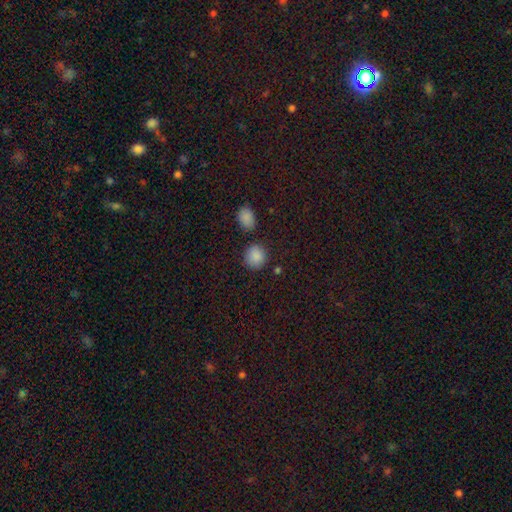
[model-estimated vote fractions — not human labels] smooth 87%, star or artifact 9%, featured or disk 4%. Down the decision tree: how rounded — round (84%); merging — none (81%).